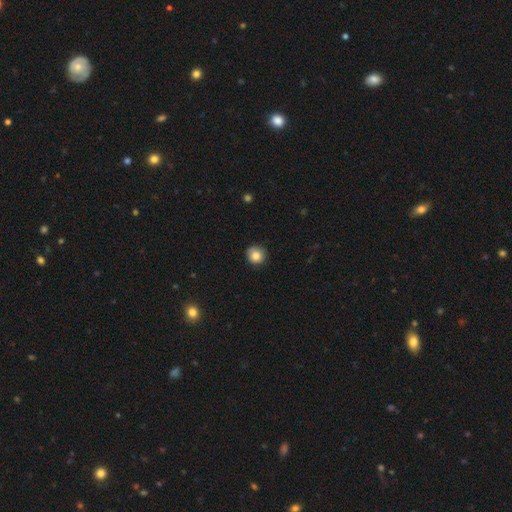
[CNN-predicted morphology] A smooth galaxy with no disk features (83%) that is round (91%). Merging: none (82%).